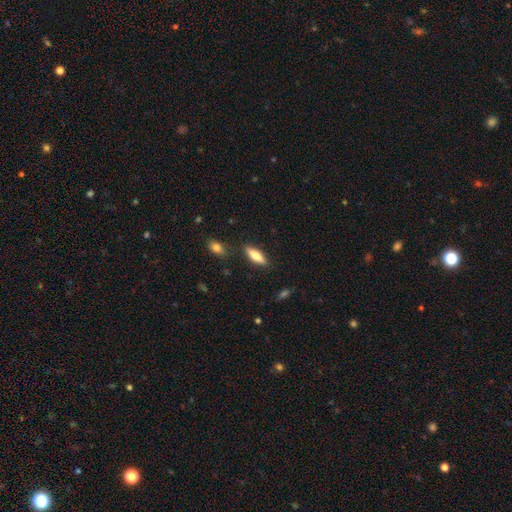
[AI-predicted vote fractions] A smooth galaxy with no disk features (66%) that is cigar-shaped (50%).

Vote fractions:
- Smooth or featured? smooth: 66% / featured or disk: 28% / star or artifact: 7%
- How rounded? cigar-shaped: 50% / in between: 48% / round: 2%
- Merging? none: 84% / minor disturbance: 10% / merger: 3% / major disturbance: 3%